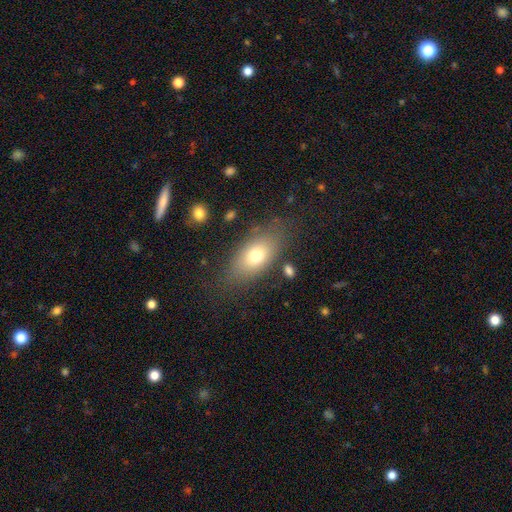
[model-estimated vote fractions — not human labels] This is likely a smooth galaxy (72%). How rounded: clearly in between (85%). Merging: likely none (75%).